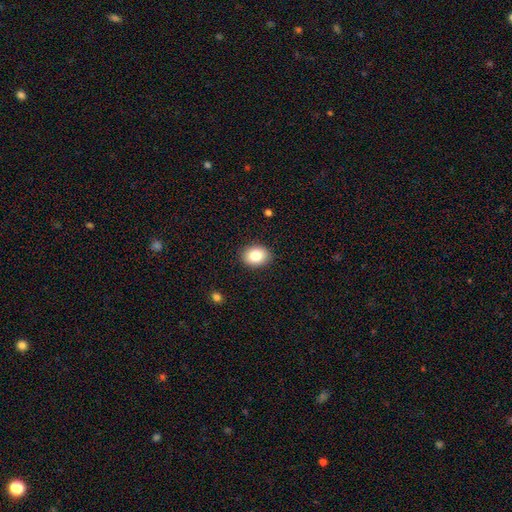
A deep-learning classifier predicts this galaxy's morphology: A smooth galaxy with no disk features (82%) that is in between round and cigar-shaped (56%).

Vote fractions:
- Smooth or featured? smooth: 82% / featured or disk: 9% / star or artifact: 9%
- How rounded? in between: 56% / round: 43% / cigar-shaped: 1%
- Merging? none: 89% / minor disturbance: 8% / major disturbance: 2% / merger: 1%